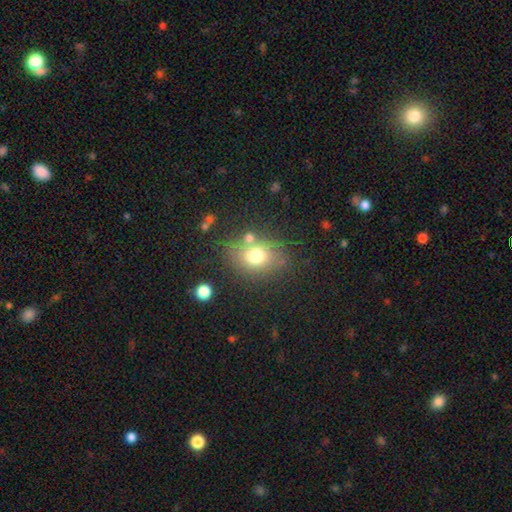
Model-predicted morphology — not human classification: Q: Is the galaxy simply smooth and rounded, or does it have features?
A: smooth — 72%.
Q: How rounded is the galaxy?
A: round — 55%.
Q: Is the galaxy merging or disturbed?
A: none — 70%.